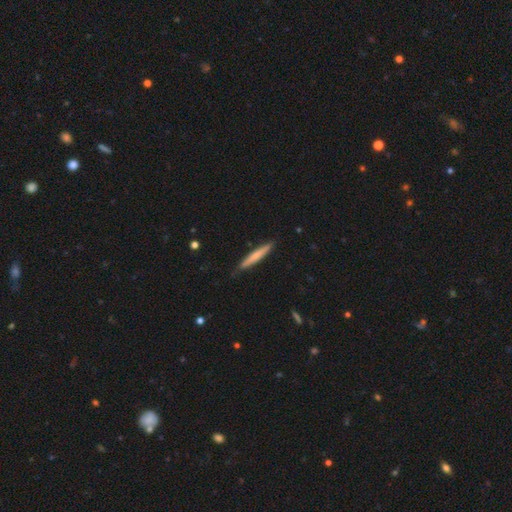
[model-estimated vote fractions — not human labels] smooth 65%, featured or disk 30%, star or artifact 5%. Down the decision tree: how rounded — cigar-shaped (95%); merging — none (87%).